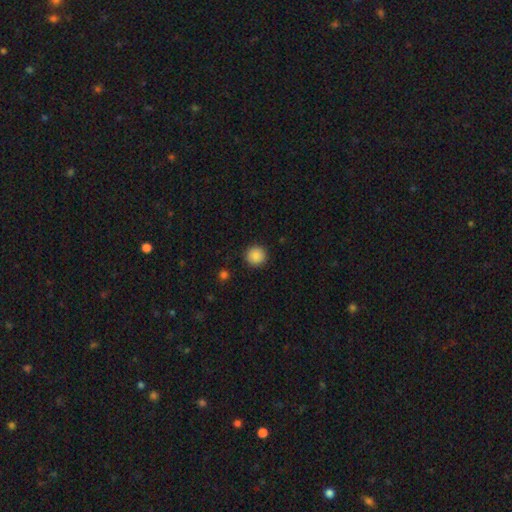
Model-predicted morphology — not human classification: Smooth or featured? Predicted: smooth (p=0.87). How rounded? Predicted: round (p=0.95). Merging? Predicted: none (p=0.92).